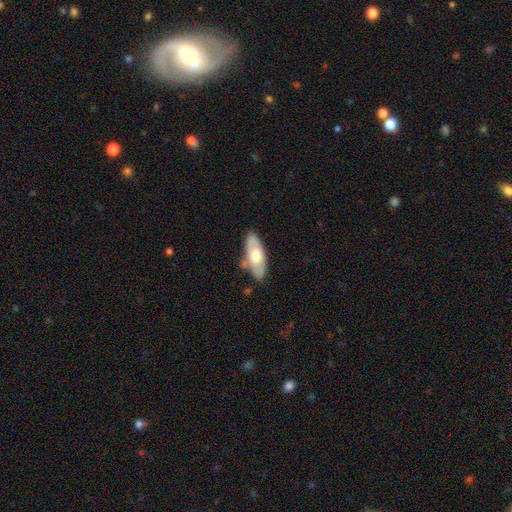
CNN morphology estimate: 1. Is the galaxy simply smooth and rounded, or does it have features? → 55% smooth, 40% featured or disk, 5% star or artifact.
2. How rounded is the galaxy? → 82% in between, 15% cigar-shaped, 2% round.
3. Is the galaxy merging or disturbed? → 74% none, 17% minor disturbance, 4% merger, 4% major disturbance.